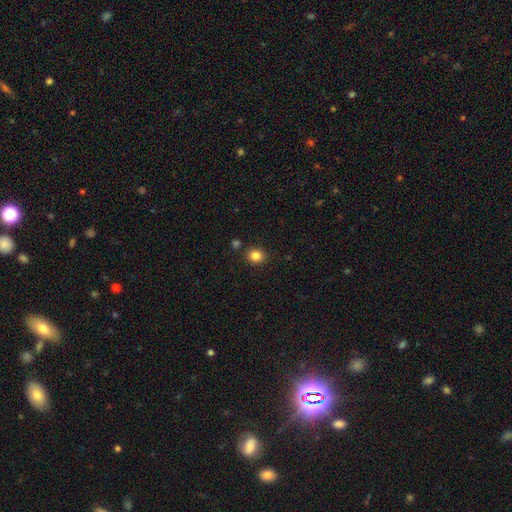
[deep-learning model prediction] smooth-or-featured: smooth: 84% | star or artifact: 12% | featured or disk: 5%
  how-rounded: round: 75% | in between: 24% | cigar-shaped: 1%
  merging: none: 86% | minor disturbance: 8% | merger: 4% | major disturbance: 2%